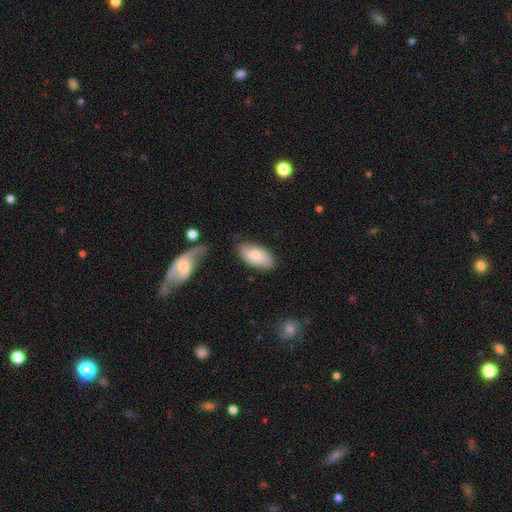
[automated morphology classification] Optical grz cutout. It shows a smooth galaxy with no disk features (73%) that is in between round and cigar-shaped (94%). Merging: none (68%).